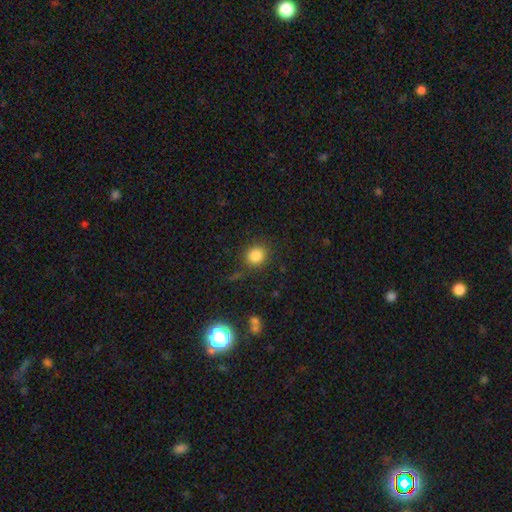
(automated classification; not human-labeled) Smooth or featured?
  - smooth: 83% *
  - star or artifact: 12%
  - featured or disk: 5%
How rounded?
  - round: 84% *
  - in between: 15%
  - cigar-shaped: 1%
Merging?
  - none: 85% *
  - minor disturbance: 9%
  - major disturbance: 4%
  - merger: 2%